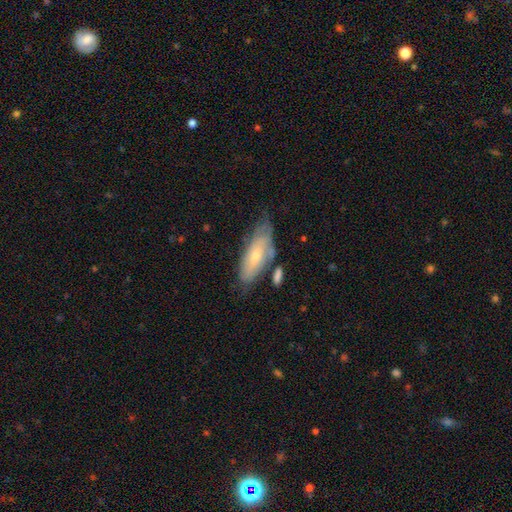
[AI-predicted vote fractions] Smooth or featured? Predicted: smooth (p=0.53). How rounded? Predicted: in between (p=0.75). Merging? Predicted: none (p=0.53).